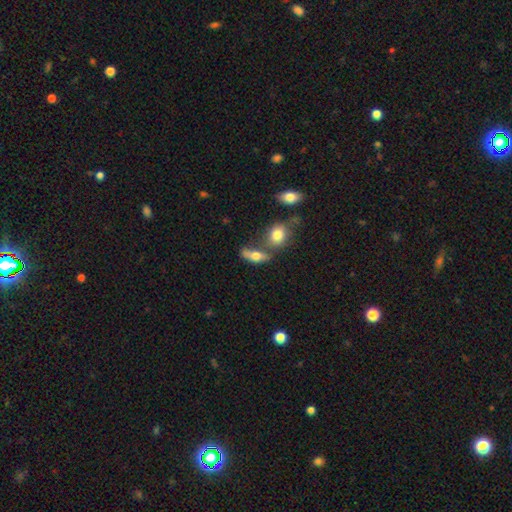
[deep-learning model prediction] Morphology: type=smooth (61%); roundness=in between (64%); merging=none (50%).